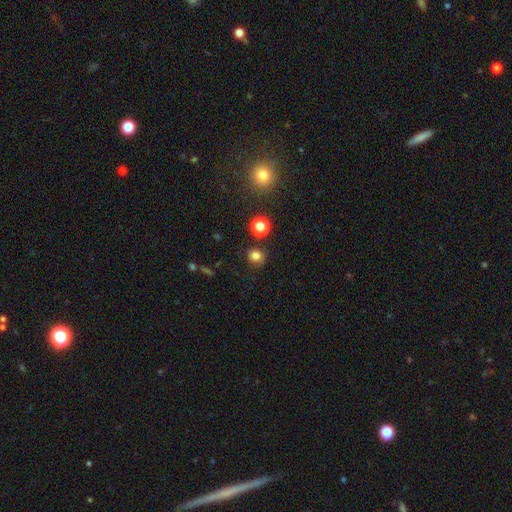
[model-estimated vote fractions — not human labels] This is likely a smooth galaxy (80%). How rounded: clearly round (81%). Merging: clearly none (83%).